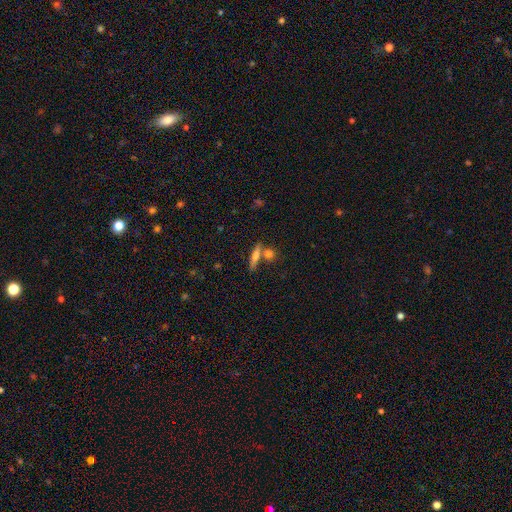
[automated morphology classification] type=smooth (59%); roundness=cigar-shaped (70%); merging=none (66%).